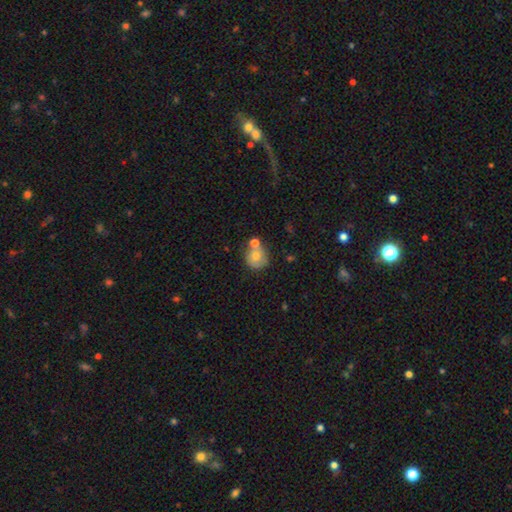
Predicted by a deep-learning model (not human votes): Smooth or featured: smooth — 74% (featured or disk — 16%)
How rounded: round — 83% (in between — 16%)
Merging: none — 54% (merger — 27%)